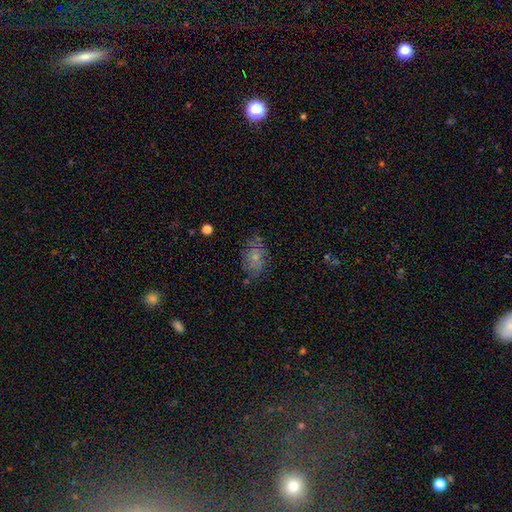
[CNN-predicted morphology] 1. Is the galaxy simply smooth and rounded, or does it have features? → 64% smooth, 27% featured or disk, 10% star or artifact.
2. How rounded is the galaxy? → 84% in between, 14% round, 2% cigar-shaped.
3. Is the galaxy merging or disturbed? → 70% none, 21% minor disturbance, 7% major disturbance, 2% merger.